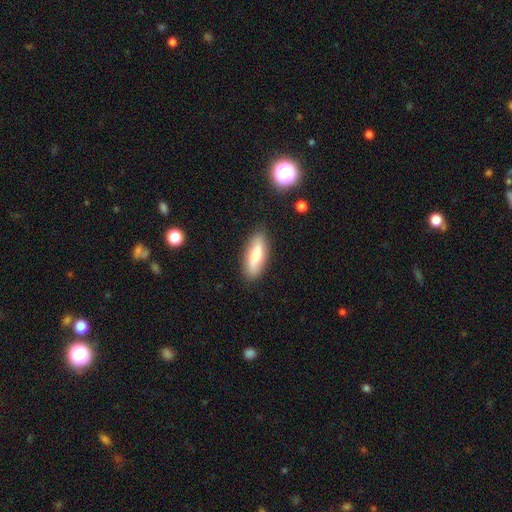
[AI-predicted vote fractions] smooth-or-featured: smooth: 63% | featured or disk: 30% | star or artifact: 7%
  how-rounded: in between: 56% | cigar-shaped: 41% | round: 3%
  merging: none: 86% | minor disturbance: 10% | major disturbance: 2% | merger: 1%